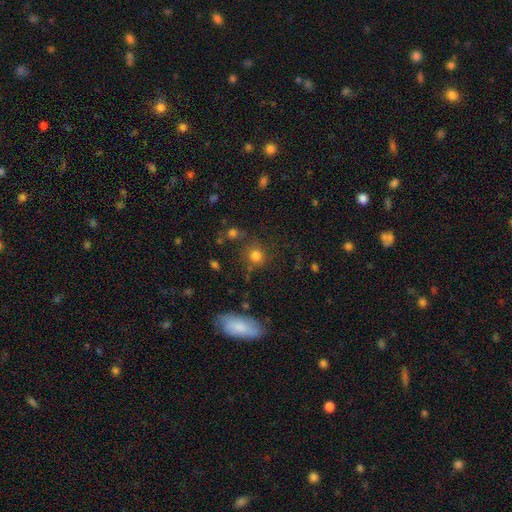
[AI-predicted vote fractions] A smooth galaxy with no disk features (77%) that is round (87%).

Vote fractions:
- Smooth or featured? smooth: 77% / star or artifact: 14% / featured or disk: 8%
- How rounded? round: 87% / in between: 12% / cigar-shaped: 1%
- Merging? none: 74% / minor disturbance: 14% / major disturbance: 6% / merger: 5%